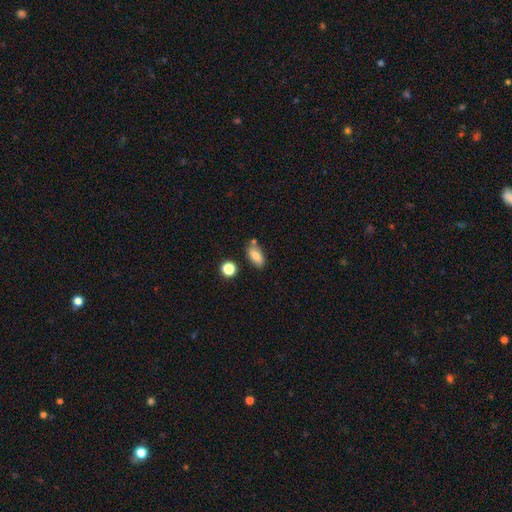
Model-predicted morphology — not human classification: This is clearly a smooth galaxy (82%). How rounded: clearly in between (83%). Merging: likely none (69%).